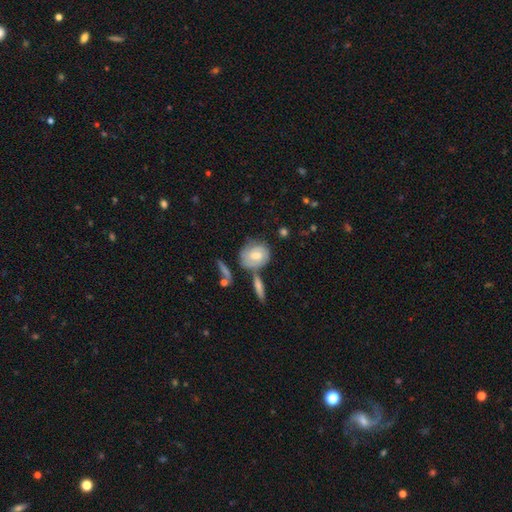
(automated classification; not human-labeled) Overall: featured or disk (50%; smooth 43%). Edge-on disk: no (93%). Merging: none (53%; minor disturbance 21%).